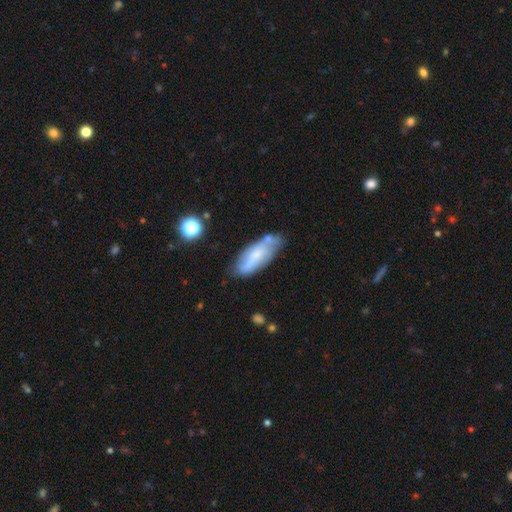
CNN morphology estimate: This is possibly a smooth galaxy (52%). How rounded: likely in between (68%). Merging: possibly none (55%).